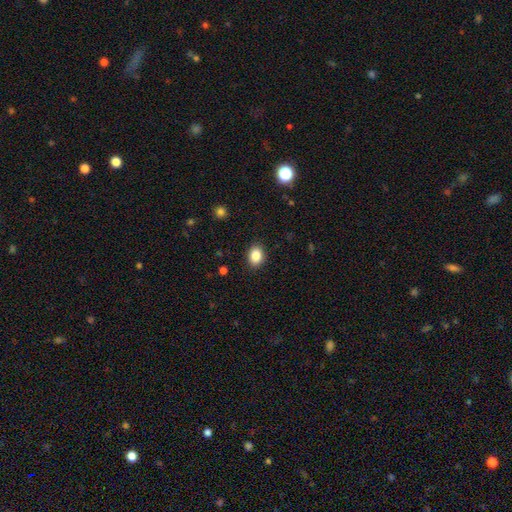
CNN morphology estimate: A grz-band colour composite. It shows a smooth galaxy with no disk features (86%) that is in between round and cigar-shaped (67%). Merging: none (89%).